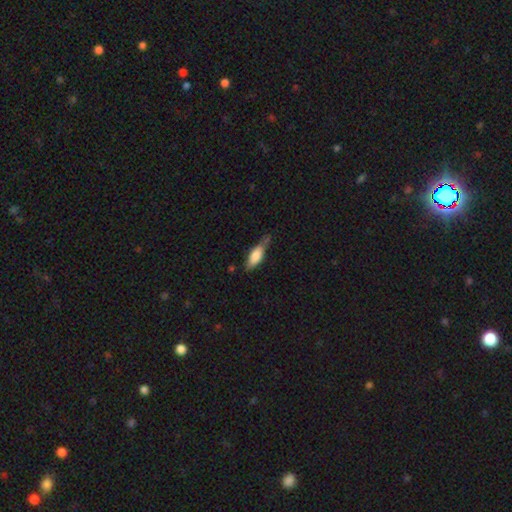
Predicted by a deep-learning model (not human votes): Smooth or featured? smooth (73%)
How rounded? in between (65%)
Merging? none (46%)